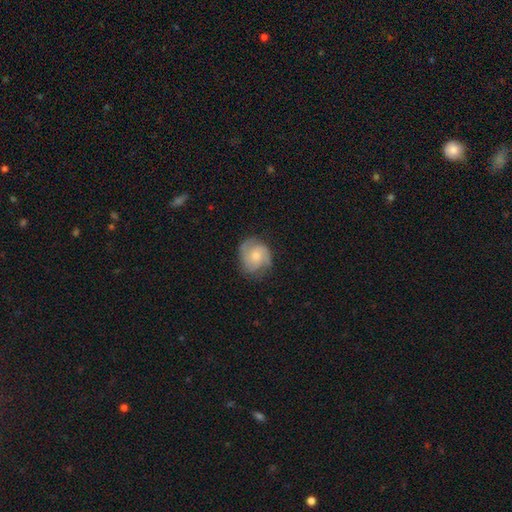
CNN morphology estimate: Overall: featured or disk (63%; smooth 30%). Edge-on disk: no (98%). Bar: no (68%; weak 28%). Spiral arms: yes (93%). Spiral arm count: 2 (43%; 3 32%). Spiral winding: medium (47%; tight 37%). Bulge size: moderate (48%; small 39%). Merging: none (73%).